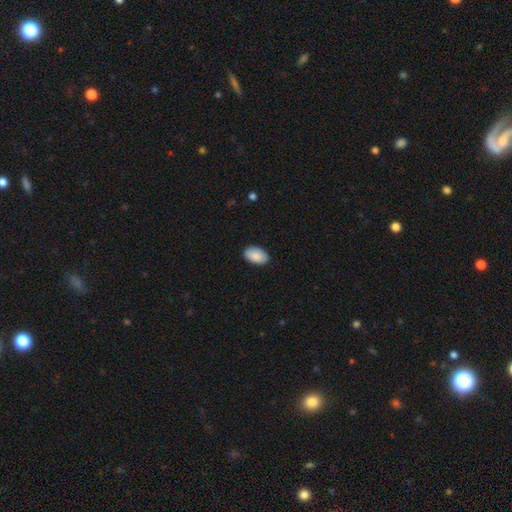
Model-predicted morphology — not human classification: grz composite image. It shows a smooth galaxy with no disk features (89%) that is in between round and cigar-shaped (95%). Merging: none (88%).